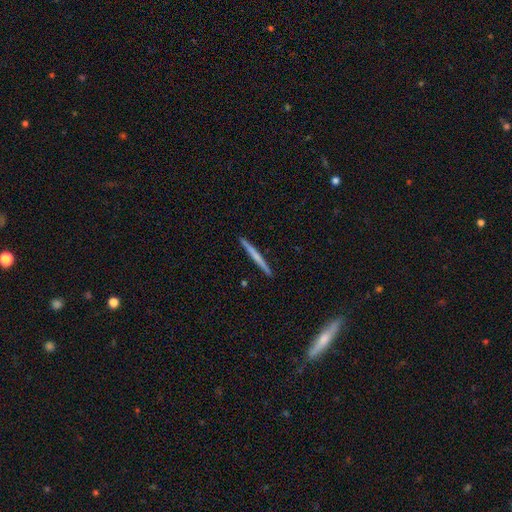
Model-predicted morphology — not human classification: Overall: featured or disk (48%; smooth 47%). Merging: none (92%).